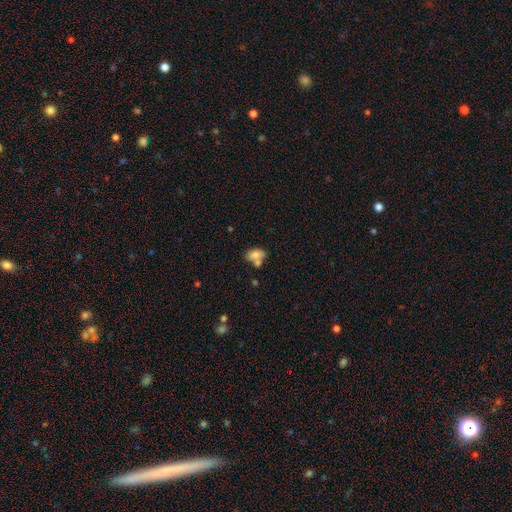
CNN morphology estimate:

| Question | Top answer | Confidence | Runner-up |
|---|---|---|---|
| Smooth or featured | smooth | 76% | featured or disk (15%) |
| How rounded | in between | 87% | round (11%) |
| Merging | none | 46% | merger (33%) |